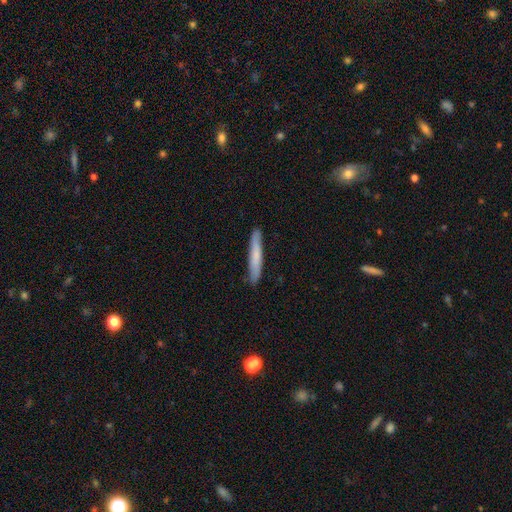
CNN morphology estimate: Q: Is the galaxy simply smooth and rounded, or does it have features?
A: smooth — 69%.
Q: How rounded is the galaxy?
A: cigar-shaped — 95%.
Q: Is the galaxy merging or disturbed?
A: none — 89%.